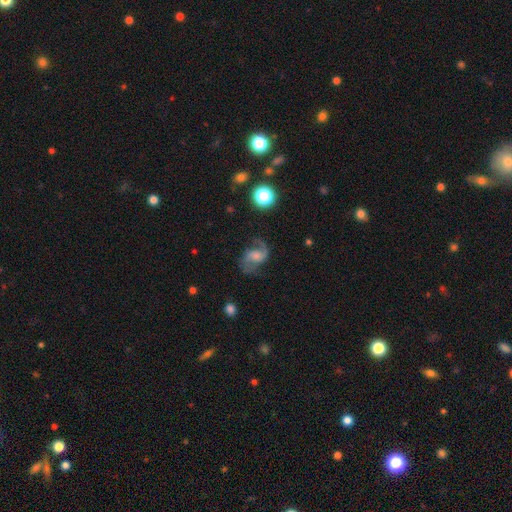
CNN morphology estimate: Smooth or featured?
  - featured or disk: 79% *
  - smooth: 13%
  - star or artifact: 8%
Edge-on disk?
  - no: 98% *
  - yes: 2%
Bar?
  - no: 45% *
  - weak: 43%
  - strong: 12%
Spiral arms?
  - yes: 95% *
  - no: 5%
Spiral winding?
  - loose: 54% *
  - medium: 39%
  - tight: 7%
Spiral arm count?
  - 2: 89% *
  - 1: 5%
  - can't tell: 3%
  - 3: 1%
  - 4: 1%
  - more than 4: 1%
Bulge size?
  - small: 31% *
  - moderate: 30%
  - none: 24%
  - large: 12%
  - dominant: 2%
Merging?
  - none: 65% *
  - minor disturbance: 18%
  - major disturbance: 15%
  - merger: 2%